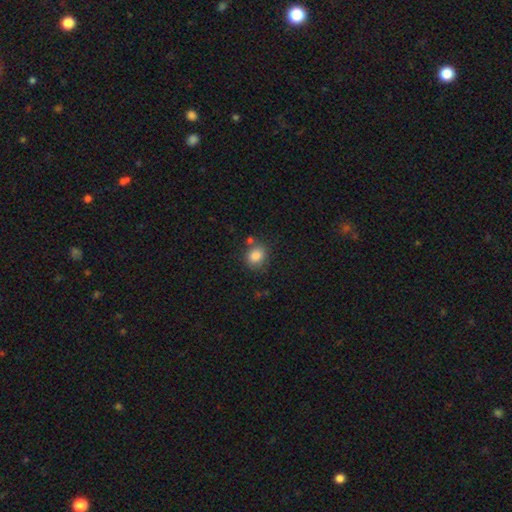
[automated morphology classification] Overall: smooth (85%). How rounded: round (68%; in between 31%). Merging: none (73%).